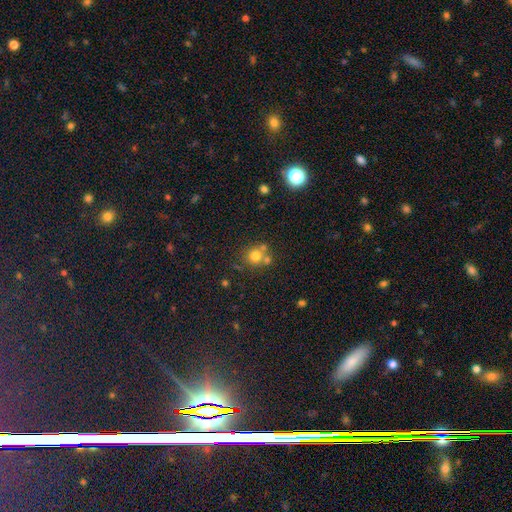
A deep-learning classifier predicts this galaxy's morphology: Smooth or featured? Predicted: smooth (p=0.73). How rounded? Predicted: round (p=0.87). Merging? Predicted: none (p=0.57).